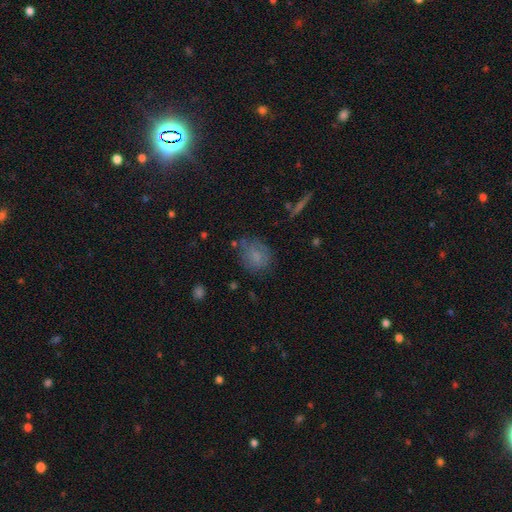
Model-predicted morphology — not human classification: smooth-or-featured: smooth: 70% | featured or disk: 18% | star or artifact: 12%
  how-rounded: round: 63% | in between: 35% | cigar-shaped: 2%
  merging: none: 67% | minor disturbance: 22% | major disturbance: 8% | merger: 4%